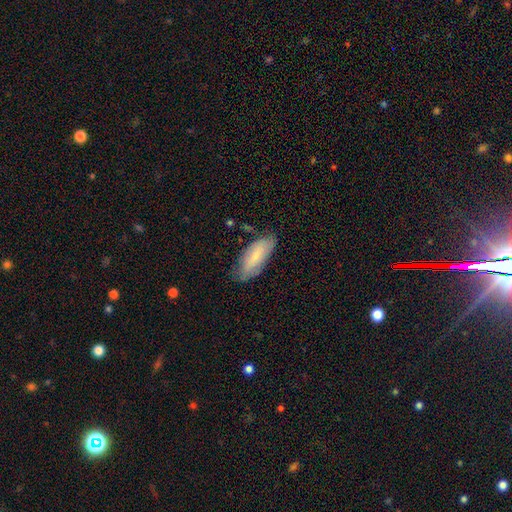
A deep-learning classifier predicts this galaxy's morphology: Smooth or featured? smooth (64%)
How rounded? in between (76%)
Merging? none (71%)